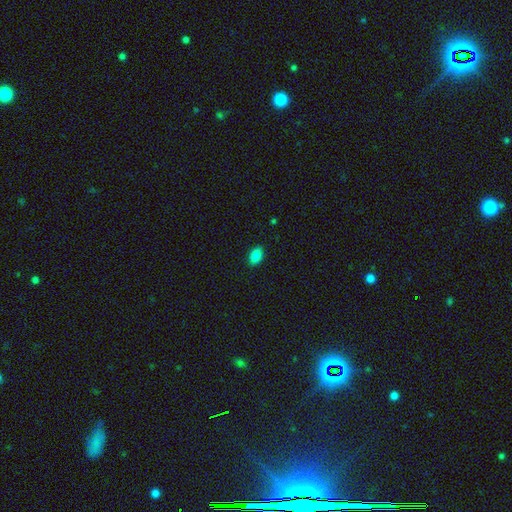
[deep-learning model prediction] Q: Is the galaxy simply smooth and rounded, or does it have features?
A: smooth — 87%.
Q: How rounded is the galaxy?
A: in between — 89%.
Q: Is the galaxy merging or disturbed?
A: none — 89%.